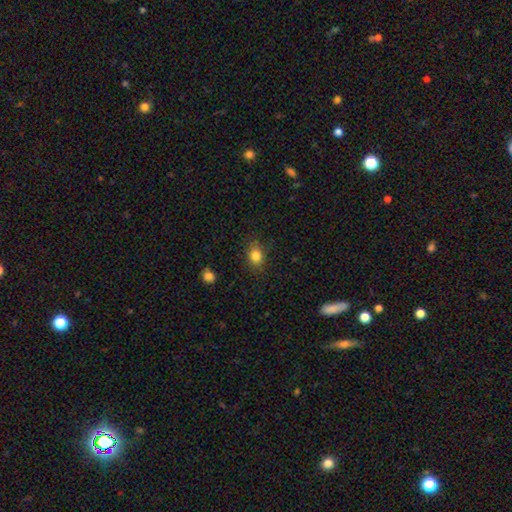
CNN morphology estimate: Smooth or featured? smooth (82%)
How rounded? in between (52%)
Merging? none (82%)